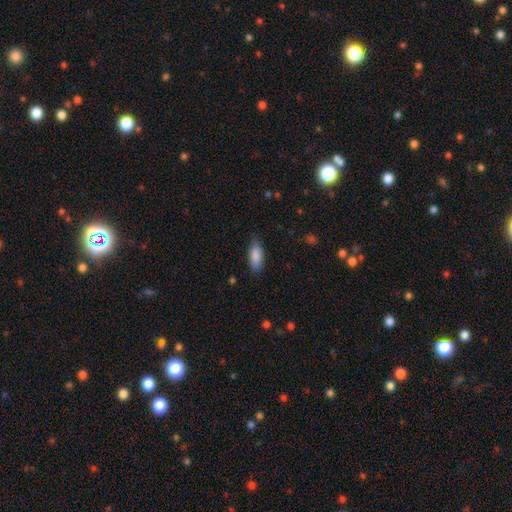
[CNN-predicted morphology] The model was most divided on "merging": none: 78%, minor disturbance: 17%, major disturbance: 3%, merger: 1%. More confident: smooth or featured — smooth (87%); how rounded — in between (82%).